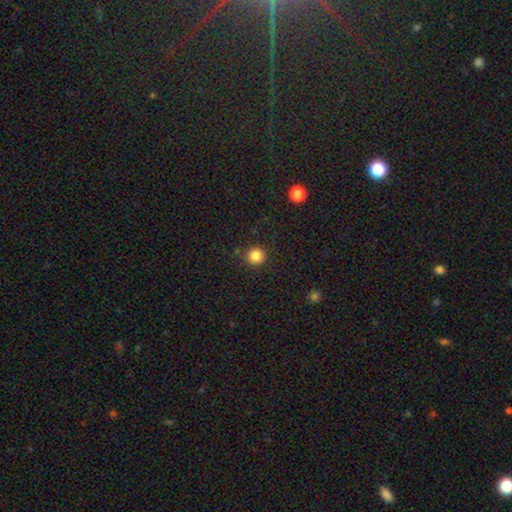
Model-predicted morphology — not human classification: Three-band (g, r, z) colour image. It shows a smooth galaxy with no disk features (84%) that is round (95%). Merging: none (90%).